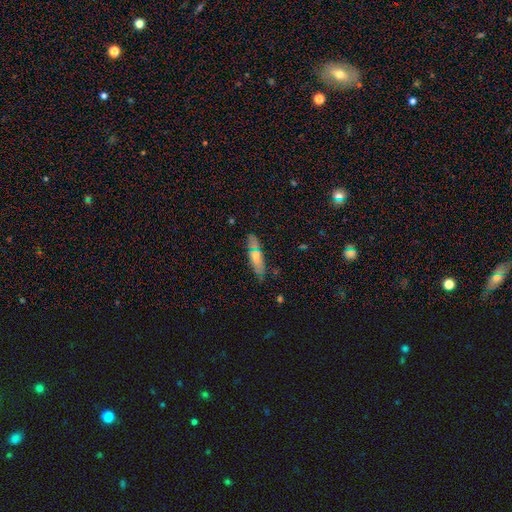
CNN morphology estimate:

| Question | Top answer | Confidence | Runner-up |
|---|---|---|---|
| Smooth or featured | smooth | 60% | featured or disk (31%) |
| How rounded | cigar-shaped | 66% | in between (32%) |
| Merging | none | 78% | minor disturbance (15%) |